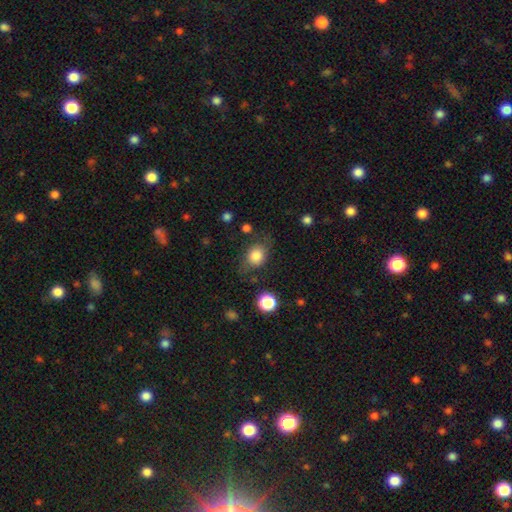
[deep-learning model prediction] The model was most divided on "how rounded": round: 50%, in between: 49%, cigar-shaped: 1%. More confident: smooth or featured — smooth (79%); merging — none (66%).